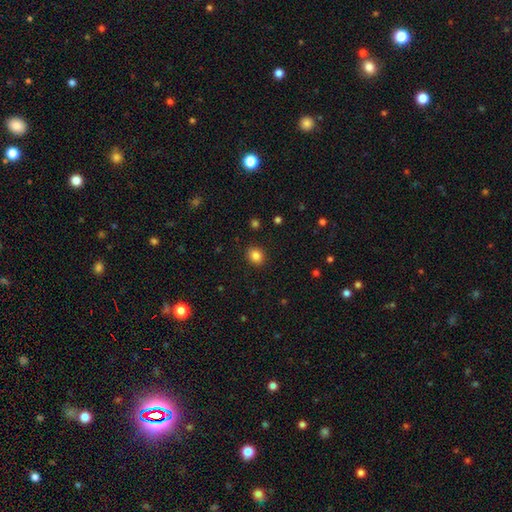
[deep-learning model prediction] smooth 85%, star or artifact 11%, featured or disk 4%. Down the decision tree: how rounded — round (68%); merging — none (90%).